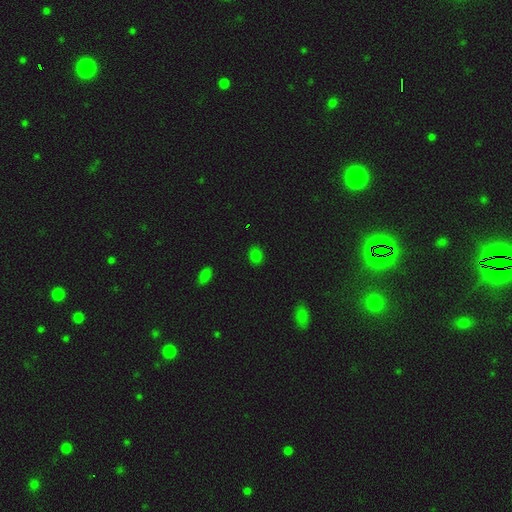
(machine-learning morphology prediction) A smooth galaxy with no disk features (79%) that is in between round and cigar-shaped (52%). Merging: none (87%).